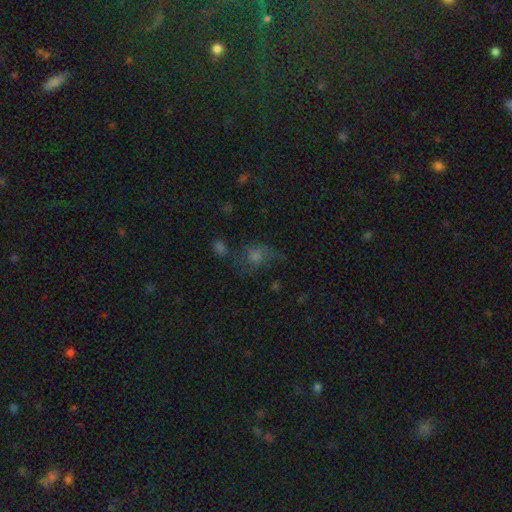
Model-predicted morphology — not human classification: Smooth or featured? Predicted: smooth (p=0.43). Merging? Predicted: none (p=0.50).